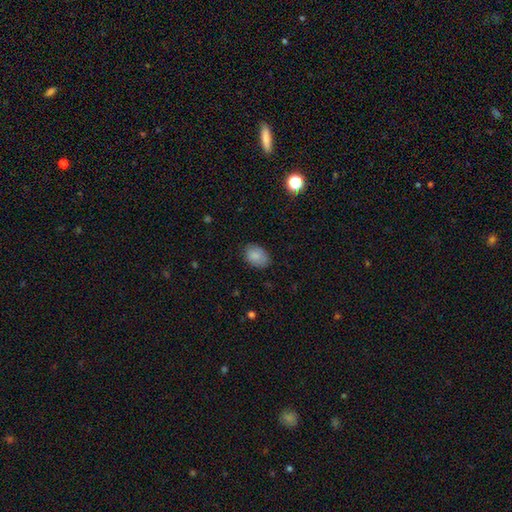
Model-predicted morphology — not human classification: Smooth or featured?
  - smooth: 87% *
  - star or artifact: 8%
  - featured or disk: 5%
How rounded?
  - in between: 77% *
  - round: 22%
  - cigar-shaped: 1%
Merging?
  - none: 82% *
  - minor disturbance: 14%
  - major disturbance: 3%
  - merger: 1%